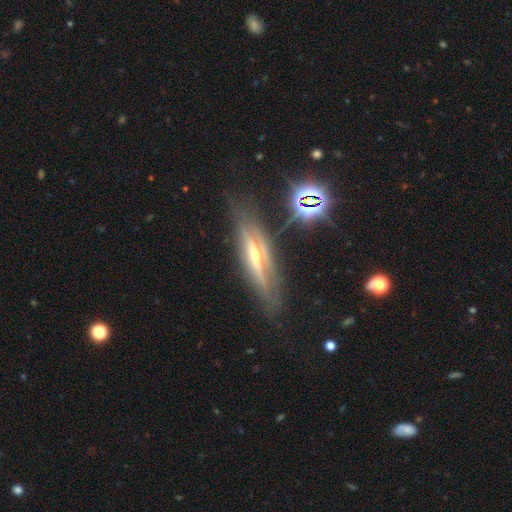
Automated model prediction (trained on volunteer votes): smooth-or-featured: featured or disk: 73% | smooth: 15% | star or artifact: 12%
  disk-edge-on: yes: 89% | no: 11%
    edge-on-bulge: rounded: 75% | none: 16% | boxy: 9%
  merging: none: 75% | minor disturbance: 17% | major disturbance: 6% | merger: 2%